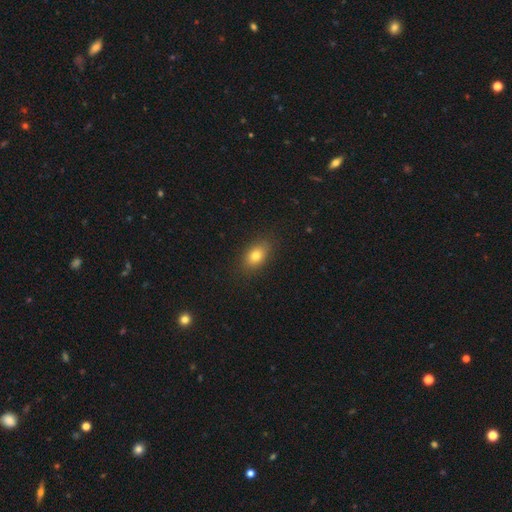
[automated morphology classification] smooth-or-featured: smooth: 80% | featured or disk: 11% | star or artifact: 10%
  how-rounded: in between: 82% | round: 16% | cigar-shaped: 3%
  merging: none: 86% | minor disturbance: 10% | major disturbance: 3% | merger: 1%